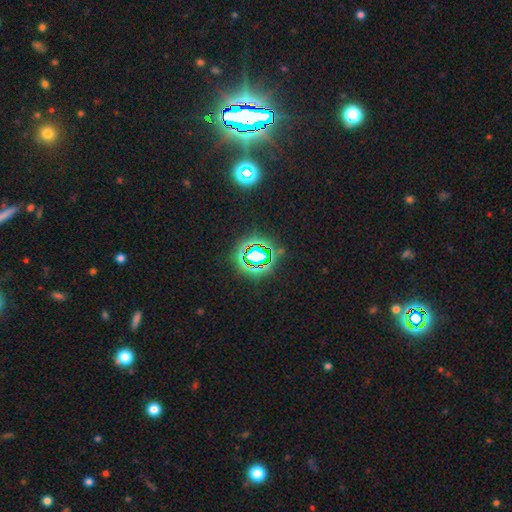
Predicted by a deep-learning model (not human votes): Overall: star or artifact (72%).